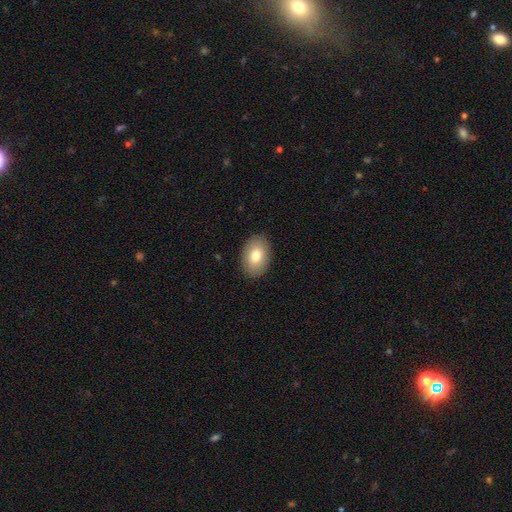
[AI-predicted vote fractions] Q: Smooth or featured?
A: smooth (78%); runner-up: featured or disk (14%)
Q: How rounded?
A: in between (89%); runner-up: round (10%)
Q: Merging?
A: none (89%); runner-up: minor disturbance (8%)